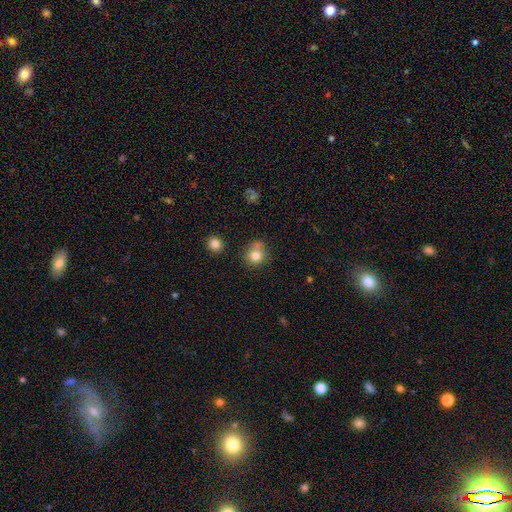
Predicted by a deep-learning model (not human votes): smooth 80%, star or artifact 11%, featured or disk 9%. Down the decision tree: how rounded — round (85%); merging — none (65%).